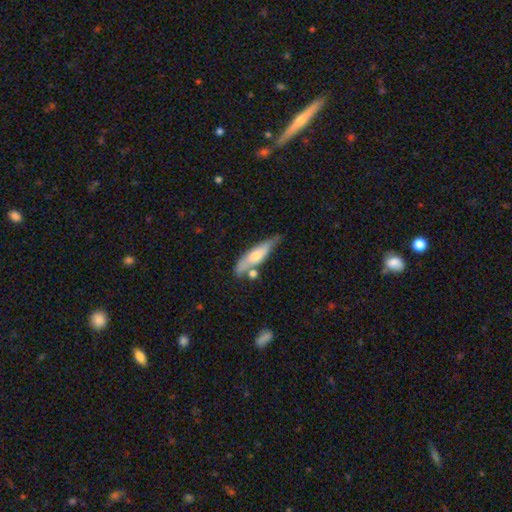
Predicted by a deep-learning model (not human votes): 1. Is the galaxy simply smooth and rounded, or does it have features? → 49% smooth, 44% featured or disk, 6% star or artifact.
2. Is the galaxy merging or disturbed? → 58% none, 24% minor disturbance, 12% merger, 5% major disturbance.